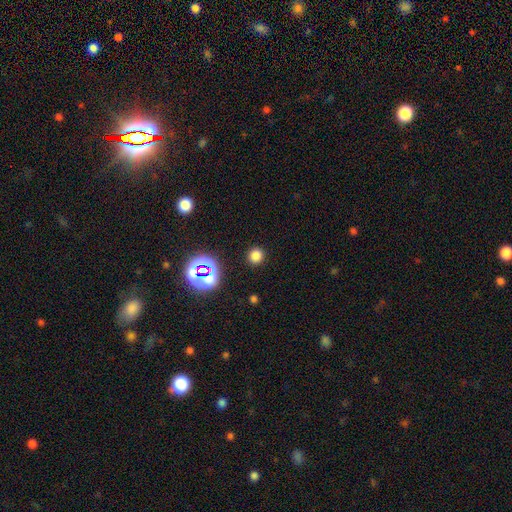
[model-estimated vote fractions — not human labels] smooth 75%, star or artifact 20%, featured or disk 5%. Down the decision tree: how rounded — round (91%); merging — none (91%).